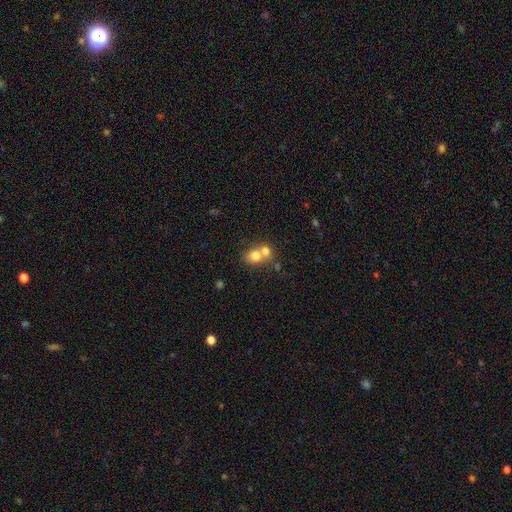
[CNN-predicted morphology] Smooth or featured? Predicted: smooth (p=0.73). How rounded? Predicted: round (p=0.62). Merging? Predicted: merger (p=0.66).